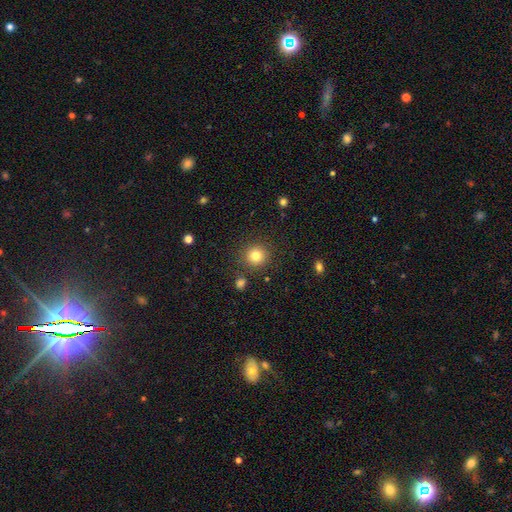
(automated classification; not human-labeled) This is clearly a smooth galaxy (81%). How rounded: clearly round (92%). Merging: clearly none (88%).